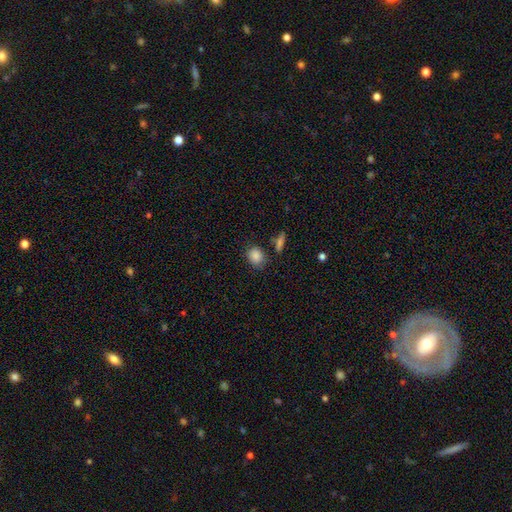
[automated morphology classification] A smooth galaxy with no disk features (87%) that is round (60%).

Vote fractions:
- Smooth or featured? smooth: 87% / star or artifact: 8% / featured or disk: 5%
- How rounded? round: 60% / in between: 39% / cigar-shaped: 2%
- Merging? none: 77% / minor disturbance: 14% / merger: 6% / major disturbance: 4%